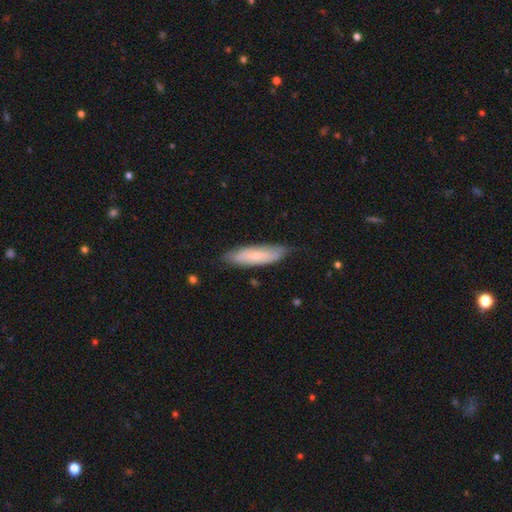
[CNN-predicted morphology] This appears to be a smooth galaxy with no disk features (57%) that is cigar-shaped (57%). Merging: none (77%).